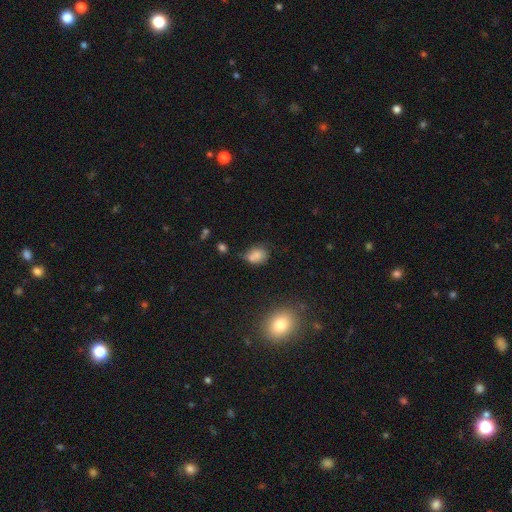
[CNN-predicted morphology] A smooth galaxy with no disk features (74%) that is in between round and cigar-shaped (61%). Merging: none (41%).